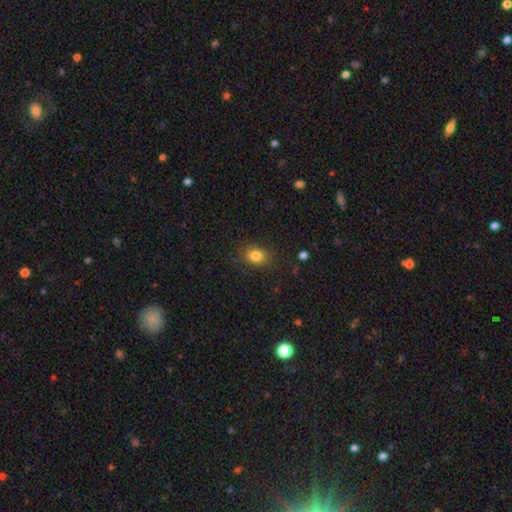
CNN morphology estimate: A smooth galaxy with no disk features (82%) that is in between round and cigar-shaped (59%).

Vote fractions:
- Smooth or featured? smooth: 82% / star or artifact: 11% / featured or disk: 7%
- How rounded? in between: 59% / round: 40% / cigar-shaped: 1%
- Merging? none: 85% / minor disturbance: 11% / major disturbance: 3% / merger: 1%